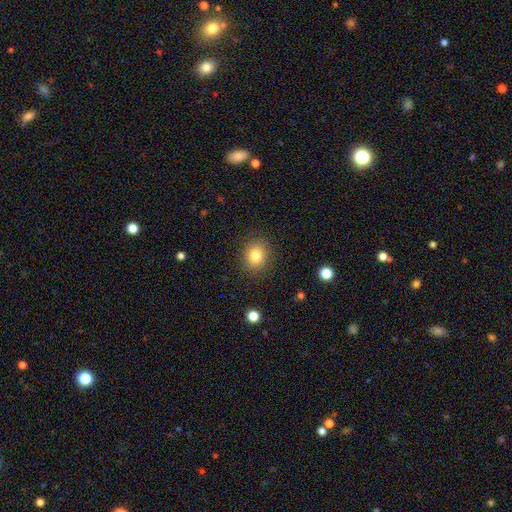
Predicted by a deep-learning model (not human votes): Q: Smooth or featured?
A: smooth (80%); runner-up: star or artifact (11%)
Q: How rounded?
A: round (67%); runner-up: in between (32%)
Q: Merging?
A: none (87%); runner-up: minor disturbance (9%)